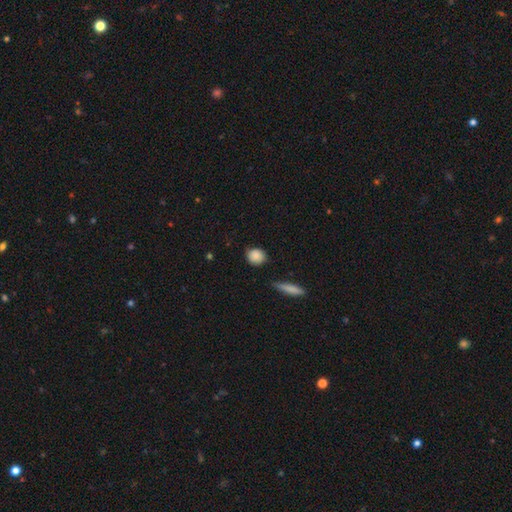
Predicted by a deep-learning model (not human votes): This appears to be a smooth galaxy with no disk features (87%) that is round (77%). Merging: none (80%).